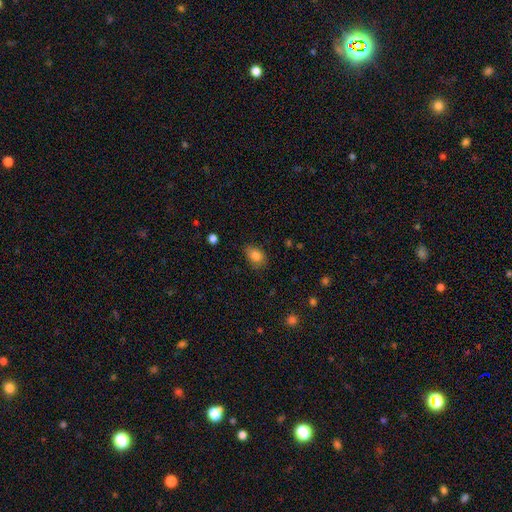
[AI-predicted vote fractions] Smooth or featured? Predicted: smooth (p=0.83). How rounded? Predicted: in between (p=0.77). Merging? Predicted: none (p=0.72).